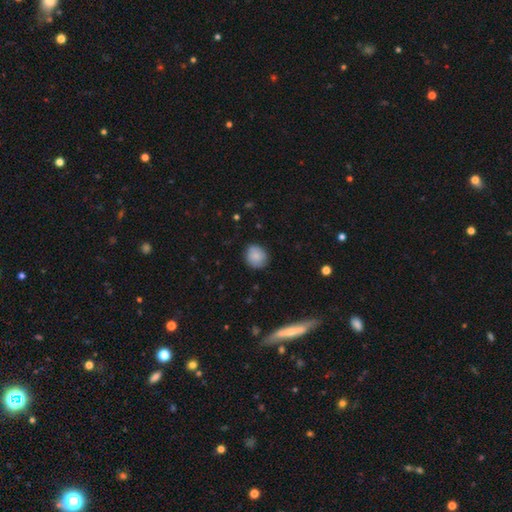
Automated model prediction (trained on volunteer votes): smooth 81%, featured or disk 11%, star or artifact 8%. Down the decision tree: how rounded — round (81%); merging — none (81%).